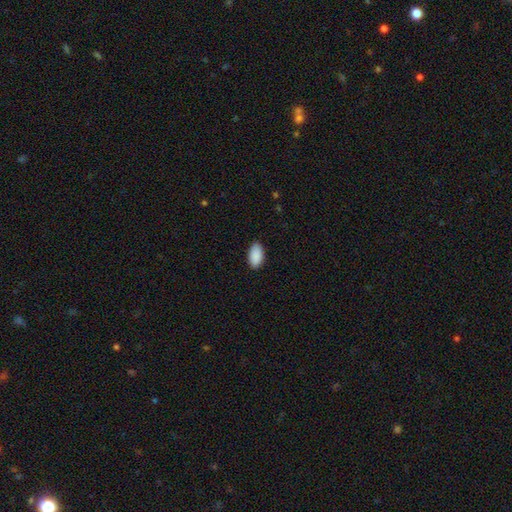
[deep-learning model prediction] This is clearly a smooth galaxy (91%). How rounded: clearly in between (95%). Merging: clearly none (87%).